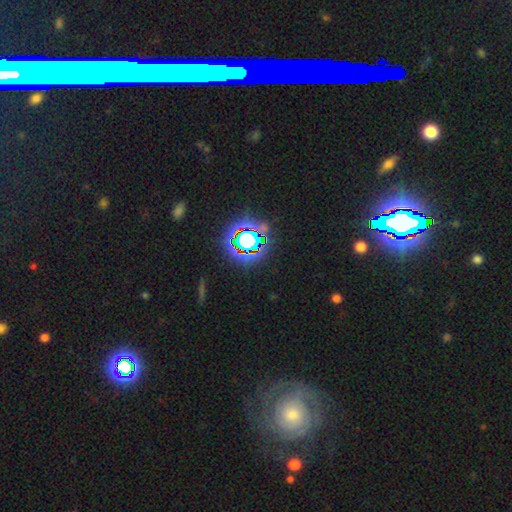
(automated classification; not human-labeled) A star or artifact, not a galaxy (65%).

Vote fractions:
- Smooth or featured? star or artifact: 65% / featured or disk: 18% / smooth: 17%